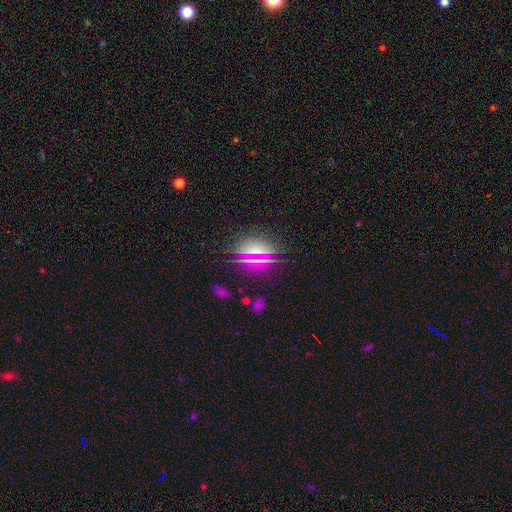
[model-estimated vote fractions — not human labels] A smooth galaxy with no disk features (43%). Merging: none (78%).